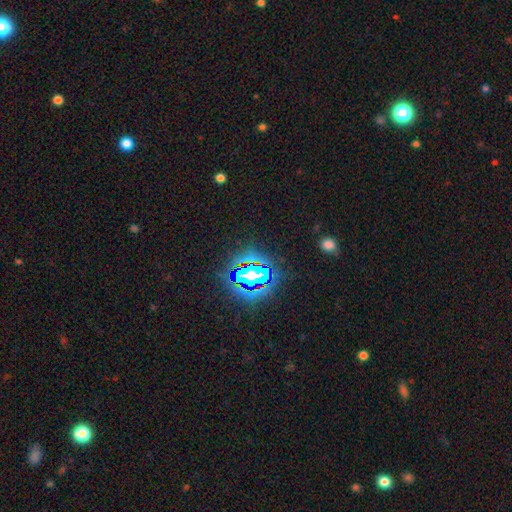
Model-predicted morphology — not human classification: star or artifact 82%, smooth 11%, featured or disk 7%.